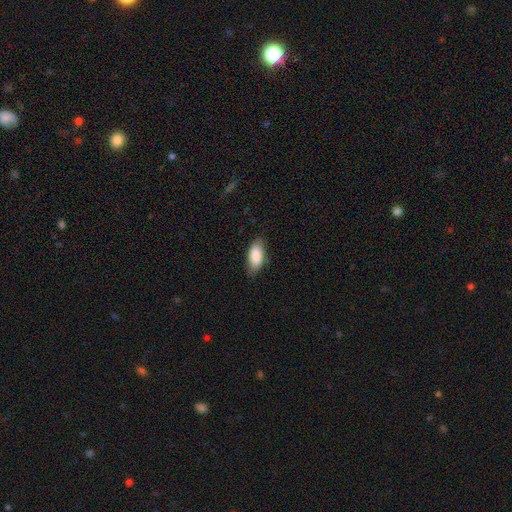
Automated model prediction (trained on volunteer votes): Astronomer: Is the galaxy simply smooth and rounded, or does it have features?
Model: smooth — 85%.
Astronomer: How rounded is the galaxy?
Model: in between — 88%.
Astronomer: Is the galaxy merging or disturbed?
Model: none — 77%.